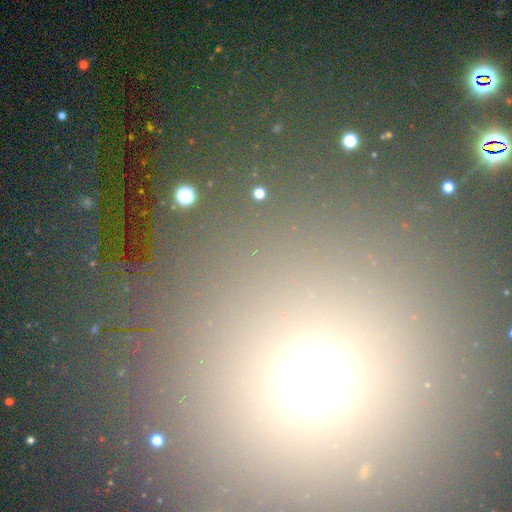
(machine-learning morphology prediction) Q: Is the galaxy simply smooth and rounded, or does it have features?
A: smooth — 49%.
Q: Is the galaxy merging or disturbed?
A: none — 85%.